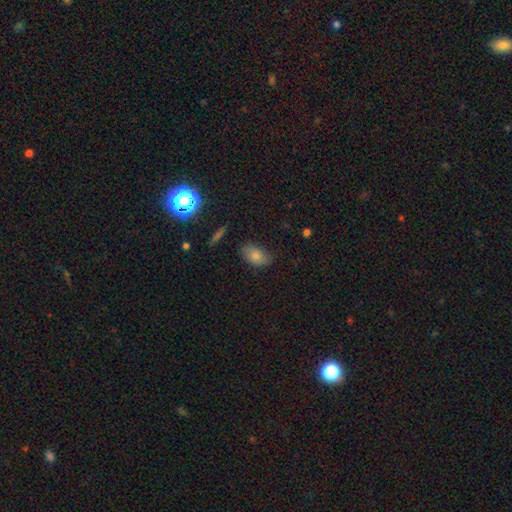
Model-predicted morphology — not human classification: Q: Smooth or featured?
A: smooth (81%); runner-up: featured or disk (10%)
Q: How rounded?
A: in between (89%); runner-up: round (9%)
Q: Merging?
A: none (76%); runner-up: minor disturbance (19%)